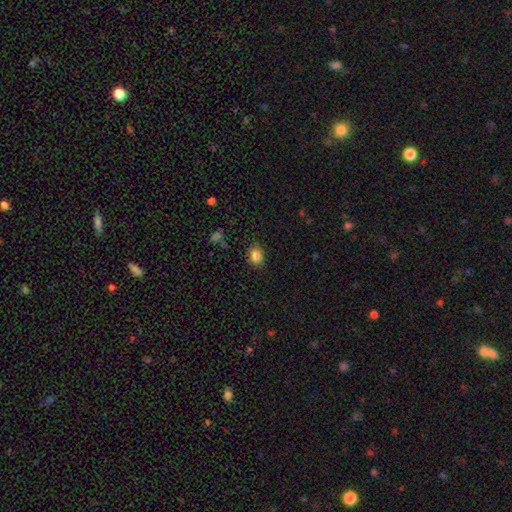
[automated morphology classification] Smooth or featured: smooth — 84% (star or artifact — 10%)
How rounded: round — 51% (in between — 48%)
Merging: none — 87% (minor disturbance — 10%)